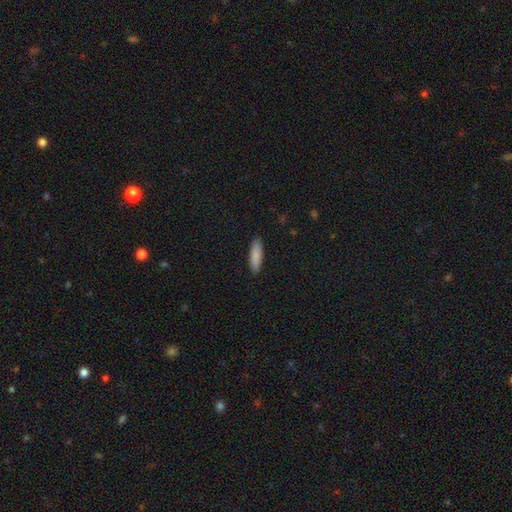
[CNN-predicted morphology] smooth_or_featured: smooth (p=0.87) [alt: featured or disk p=0.07]
how_rounded: cigar-shaped (p=0.61) [alt: in between p=0.38]
merging: none (p=0.90) [alt: minor disturbance p=0.08]